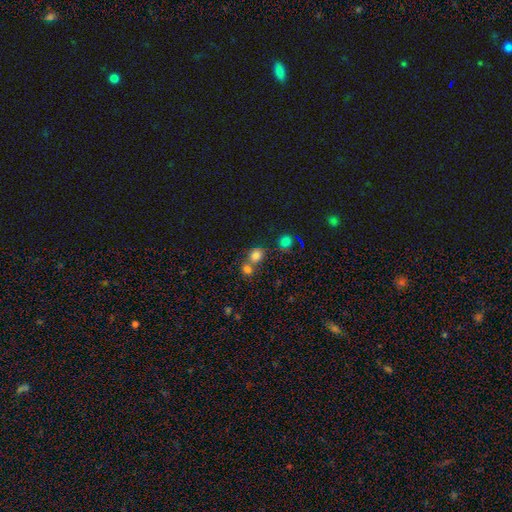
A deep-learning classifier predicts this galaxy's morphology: Q: Smooth or featured?
A: smooth (78%); runner-up: star or artifact (15%)
Q: How rounded?
A: round (71%); runner-up: in between (28%)
Q: Merging?
A: none (49%); runner-up: merger (39%)